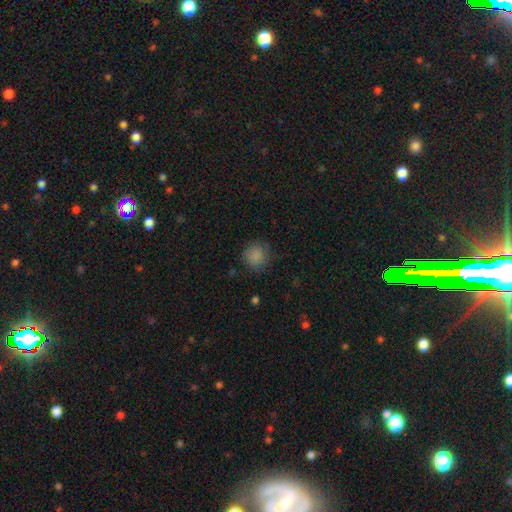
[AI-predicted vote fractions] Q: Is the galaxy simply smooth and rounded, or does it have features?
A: smooth — 85%.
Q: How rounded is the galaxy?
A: round — 90%.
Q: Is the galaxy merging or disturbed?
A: none — 82%.